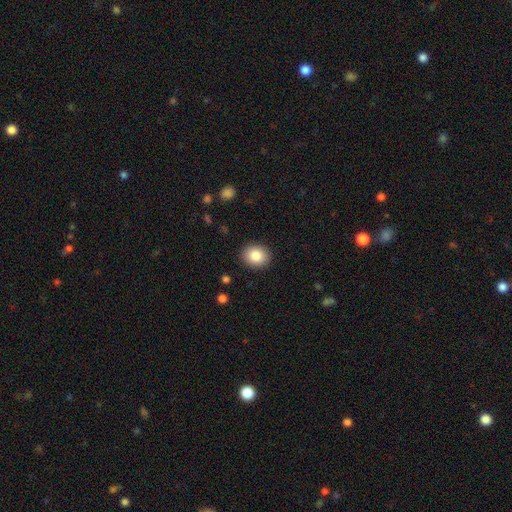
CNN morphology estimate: This is clearly a smooth galaxy (85%). How rounded: possibly round (58%). Merging: clearly none (90%).